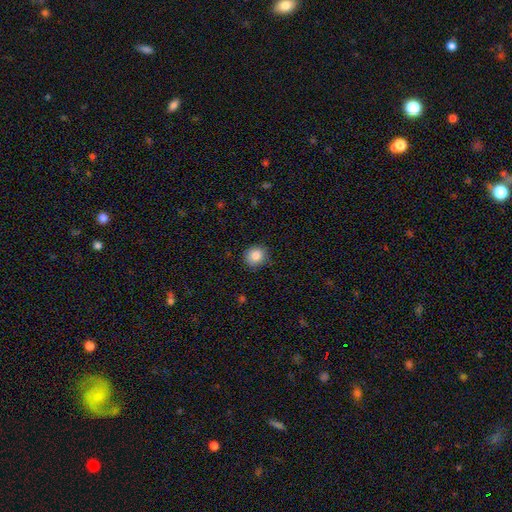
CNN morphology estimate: A smooth galaxy with no disk features (85%) that is round (85%). Merging: none (88%).